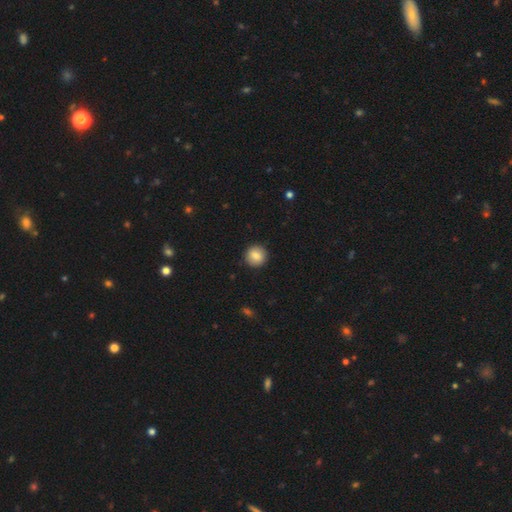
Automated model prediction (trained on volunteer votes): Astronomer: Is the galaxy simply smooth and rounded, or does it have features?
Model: smooth — 84%.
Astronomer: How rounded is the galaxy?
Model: round — 93%.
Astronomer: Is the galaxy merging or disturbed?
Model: none — 91%.